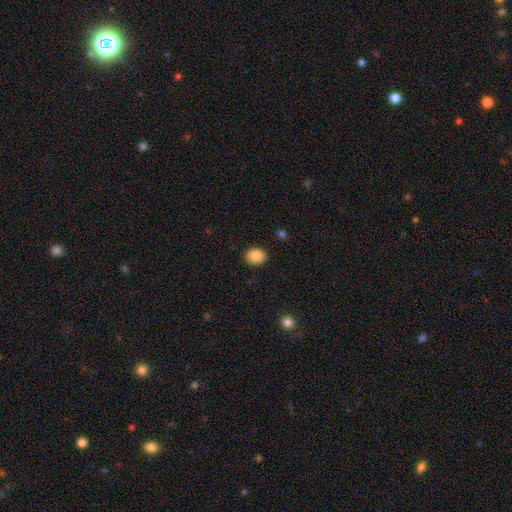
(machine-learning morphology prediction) The model was most divided on "how rounded": round: 59%, in between: 41%, cigar-shaped: 1%. More confident: smooth or featured — smooth (88%); merging — none (88%).